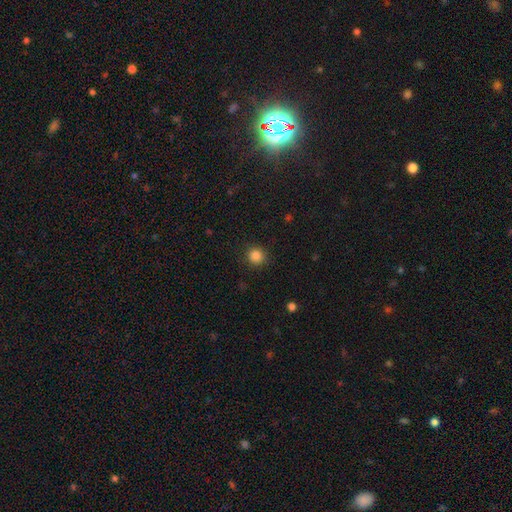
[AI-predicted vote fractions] Smooth or featured? smooth (86%)
How rounded? round (93%)
Merging? none (90%)